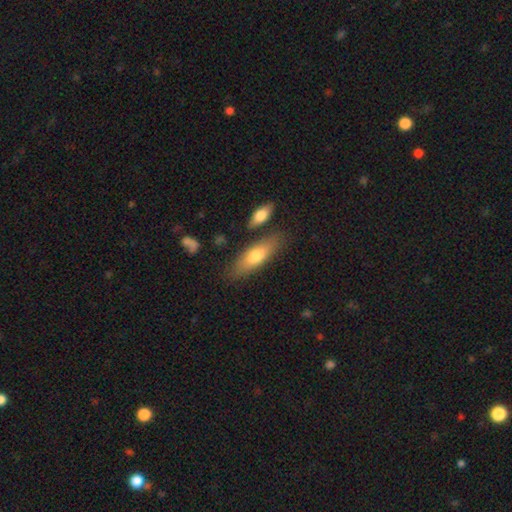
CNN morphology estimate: type=smooth (69%); roundness=in between (57%); merging=none (76%).